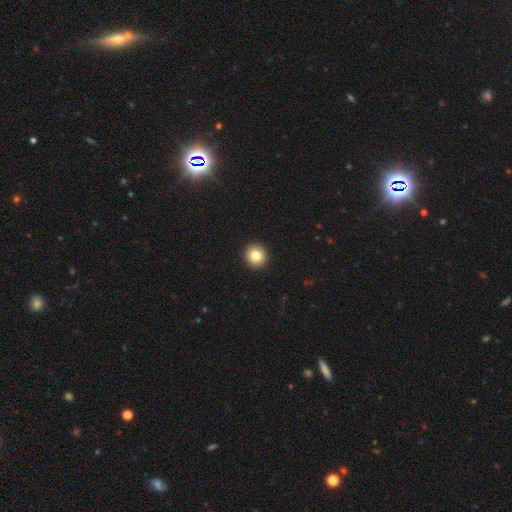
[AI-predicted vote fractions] This appears to be a smooth galaxy with no disk features (82%) that is round (95%). Merging: none (94%).